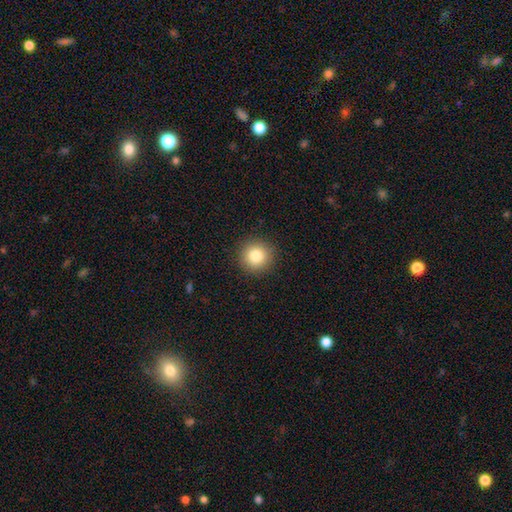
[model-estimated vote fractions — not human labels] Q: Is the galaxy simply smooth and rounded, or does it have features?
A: smooth — 83%.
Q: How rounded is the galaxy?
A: round — 95%.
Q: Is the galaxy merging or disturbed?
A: none — 92%.